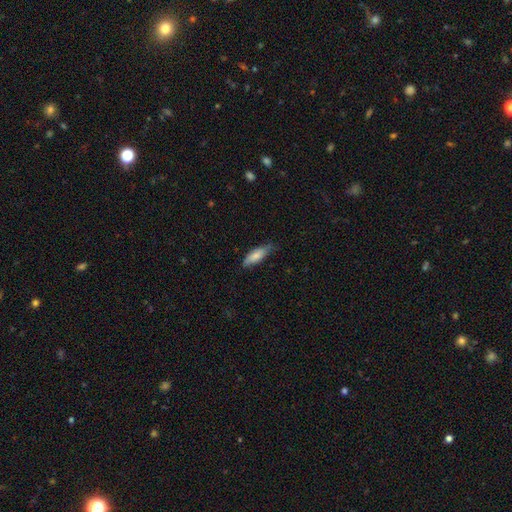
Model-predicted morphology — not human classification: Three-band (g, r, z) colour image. It shows a smooth galaxy with no disk features (78%) that is in between round and cigar-shaped (52%). Merging: none (68%).